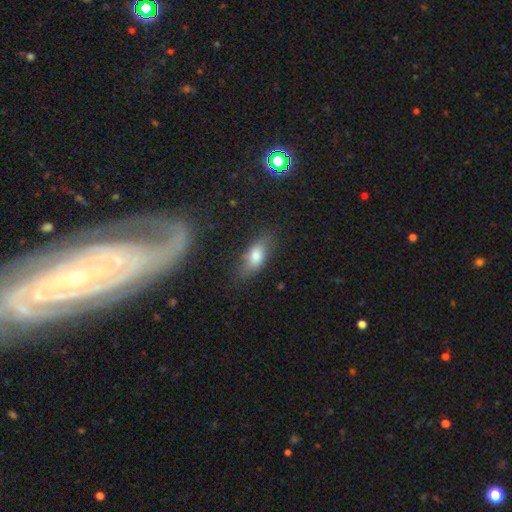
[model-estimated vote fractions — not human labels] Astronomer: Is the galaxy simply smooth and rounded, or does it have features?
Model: smooth — 70%.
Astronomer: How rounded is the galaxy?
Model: in between — 78%.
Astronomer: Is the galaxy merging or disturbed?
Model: none — 72%.